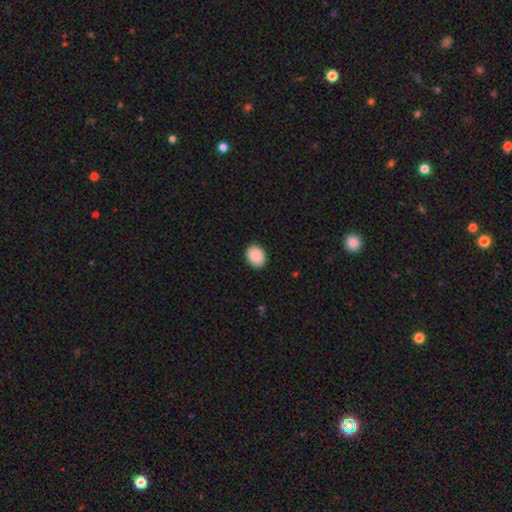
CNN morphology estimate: A smooth galaxy with no disk features (90%) that is in between round and cigar-shaped (53%). Merging: none (90%).